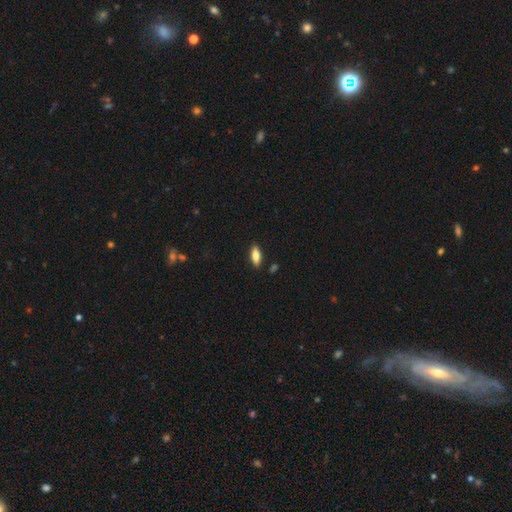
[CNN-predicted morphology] This appears to be a smooth galaxy with no disk features (75%) that is in between round and cigar-shaped (72%). Merging: none (87%).